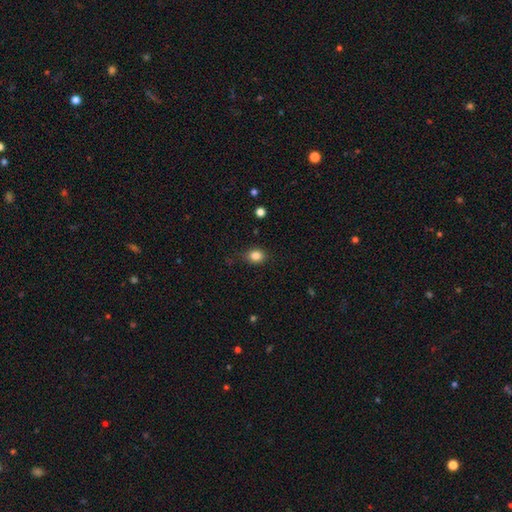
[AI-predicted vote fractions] smooth_or_featured: smooth (p=0.85) [alt: star or artifact p=0.11]
how_rounded: round (p=0.52) [alt: in between p=0.48]
merging: none (p=0.82) [alt: minor disturbance p=0.14]